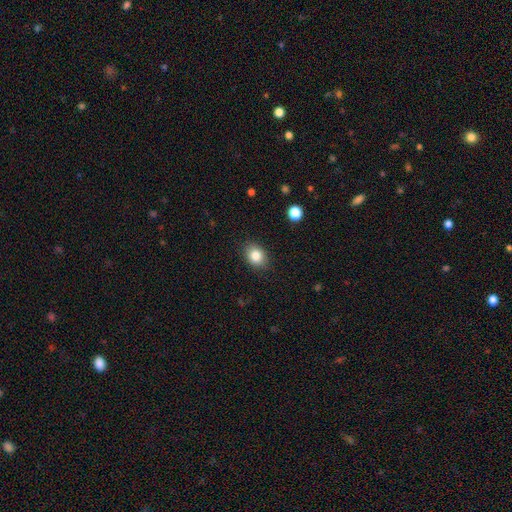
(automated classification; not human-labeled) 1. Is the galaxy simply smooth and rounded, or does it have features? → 84% smooth, 9% star or artifact, 7% featured or disk.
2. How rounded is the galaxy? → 63% in between, 36% round, 1% cigar-shaped.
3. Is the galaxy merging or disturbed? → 87% none, 10% minor disturbance, 2% major disturbance, 1% merger.